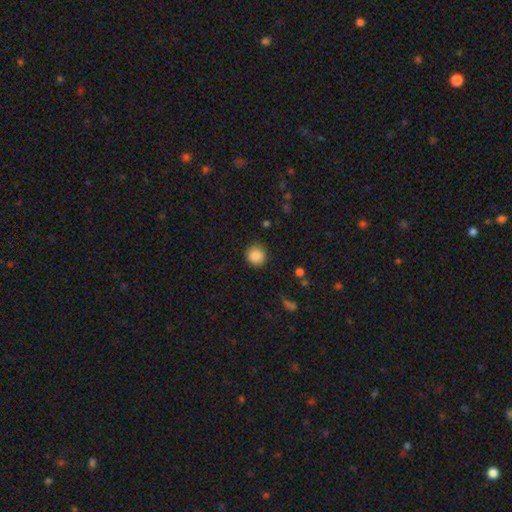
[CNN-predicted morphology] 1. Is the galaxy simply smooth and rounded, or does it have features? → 87% smooth, 9% star or artifact, 3% featured or disk.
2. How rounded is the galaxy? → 90% round, 9% in between, 1% cigar-shaped.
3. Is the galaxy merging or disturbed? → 85% none, 11% minor disturbance, 3% major disturbance, 1% merger.